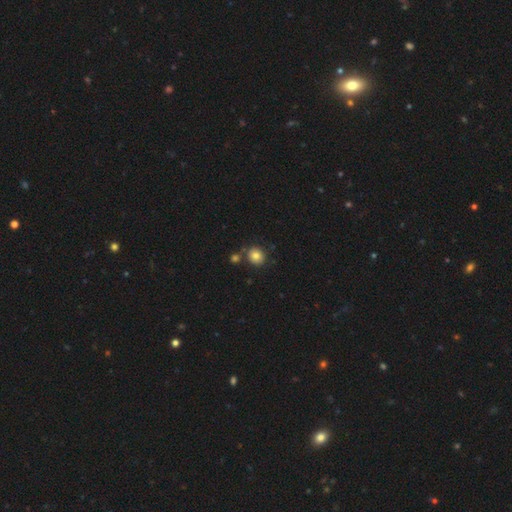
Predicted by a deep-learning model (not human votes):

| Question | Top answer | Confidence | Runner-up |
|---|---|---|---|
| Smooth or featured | smooth | 80% | star or artifact (11%) |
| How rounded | round | 79% | in between (20%) |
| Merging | none | 74% | merger (13%) |